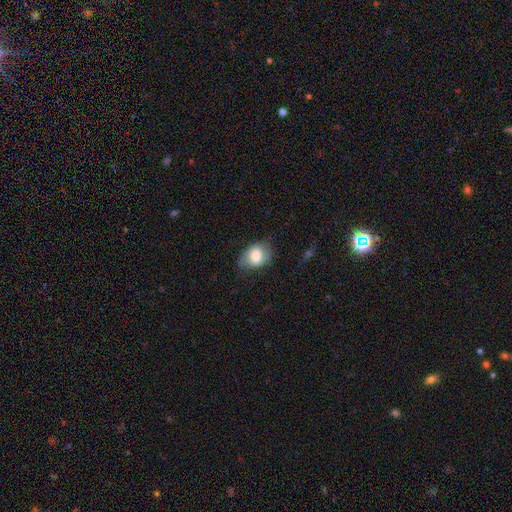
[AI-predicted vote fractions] Q: Smooth or featured?
A: smooth (69%); runner-up: featured or disk (24%)
Q: How rounded?
A: in between (76%); runner-up: round (22%)
Q: Merging?
A: none (64%); runner-up: minor disturbance (26%)